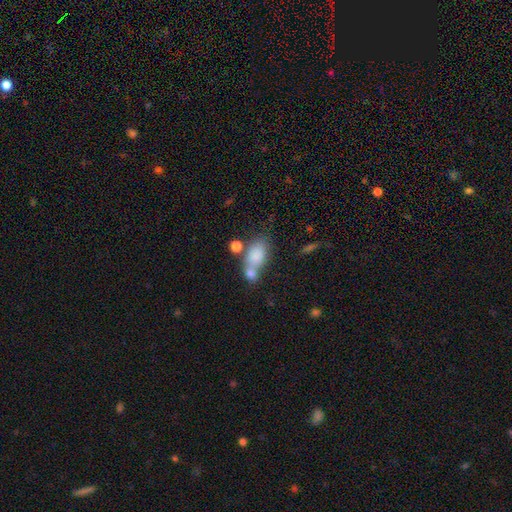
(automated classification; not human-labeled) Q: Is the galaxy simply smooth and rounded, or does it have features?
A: smooth — 79%.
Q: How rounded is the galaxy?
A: in between — 83%.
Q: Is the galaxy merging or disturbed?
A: merger — 45%.